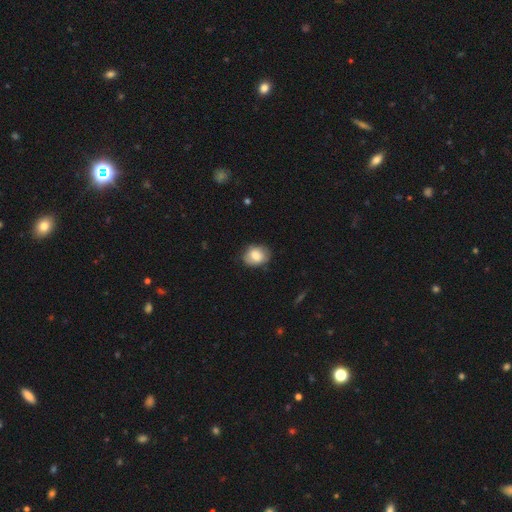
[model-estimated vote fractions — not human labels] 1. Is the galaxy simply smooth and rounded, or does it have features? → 78% smooth, 15% featured or disk, 8% star or artifact.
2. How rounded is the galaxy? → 58% in between, 41% round, 1% cigar-shaped.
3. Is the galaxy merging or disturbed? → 73% none, 21% minor disturbance, 5% major disturbance, 1% merger.